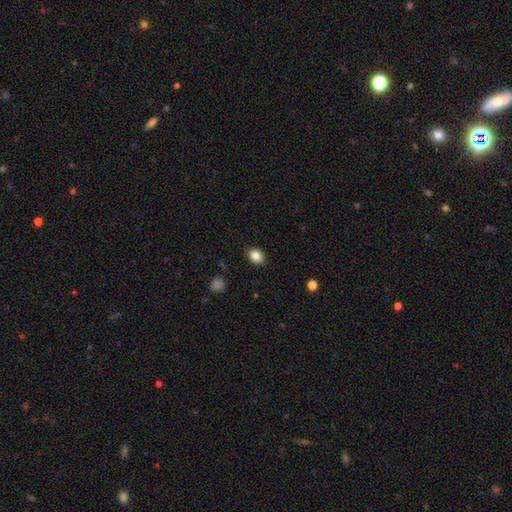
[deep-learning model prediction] Overall: smooth (85%). How rounded: in between (67%; round 32%). Merging: none (87%).